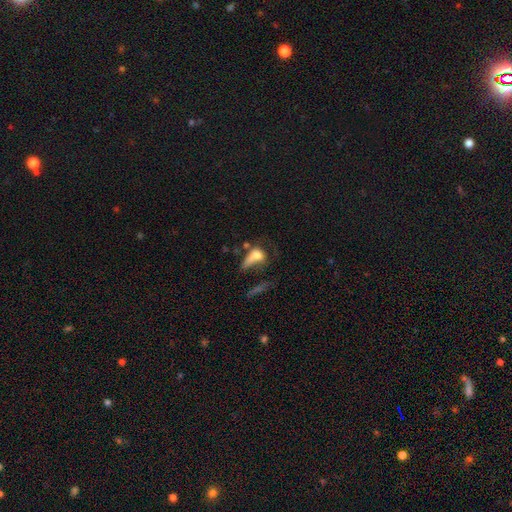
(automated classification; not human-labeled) Smooth or featured?
  - smooth: 61% *
  - featured or disk: 26%
  - star or artifact: 13%
How rounded?
  - in between: 65% *
  - round: 27%
  - cigar-shaped: 8%
Merging?
  - major disturbance: 45% *
  - none: 20%
  - merger: 19%
  - minor disturbance: 16%